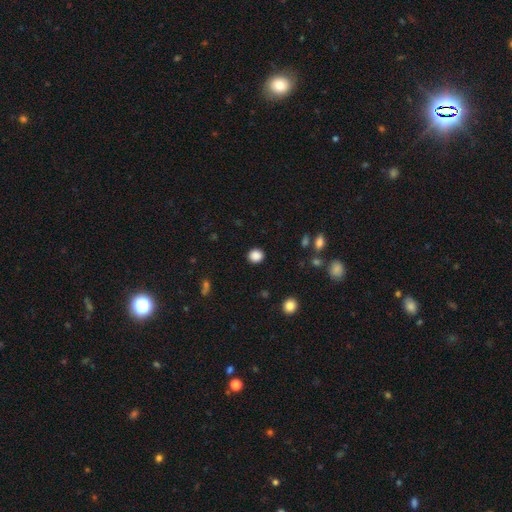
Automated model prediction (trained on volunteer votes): Smooth or featured?
  - smooth: 87% *
  - star or artifact: 10%
  - featured or disk: 3%
How rounded?
  - round: 83% *
  - in between: 16%
  - cigar-shaped: 1%
Merging?
  - none: 90% *
  - minor disturbance: 6%
  - major disturbance: 2%
  - merger: 1%